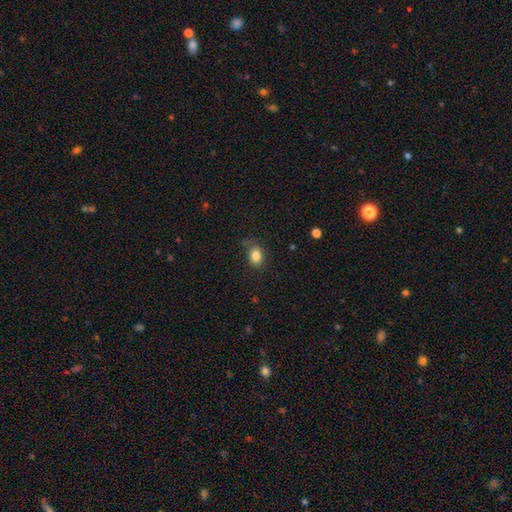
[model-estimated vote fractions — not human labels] The model was most divided on "how rounded": in between: 71%, round: 28%, cigar-shaped: 1%. More confident: smooth or featured — smooth (84%); merging — none (76%).